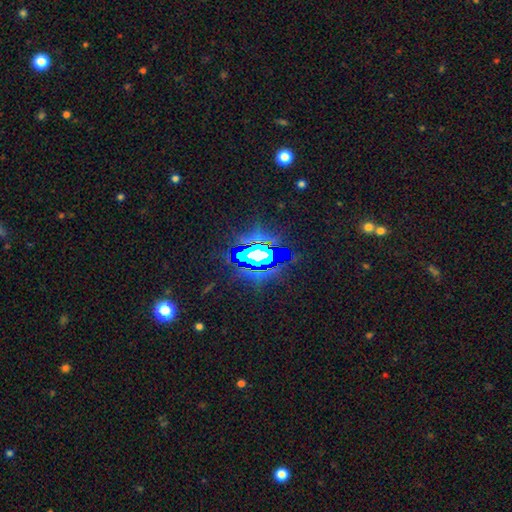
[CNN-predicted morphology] Smooth or featured? Predicted: star or artifact (p=0.73).